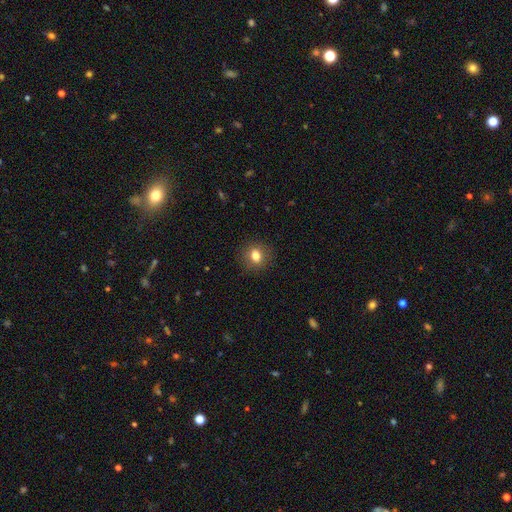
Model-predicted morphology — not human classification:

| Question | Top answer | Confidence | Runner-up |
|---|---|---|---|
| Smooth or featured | smooth | 79% | star or artifact (11%) |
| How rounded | round | 72% | in between (27%) |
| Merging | none | 88% | minor disturbance (8%) |